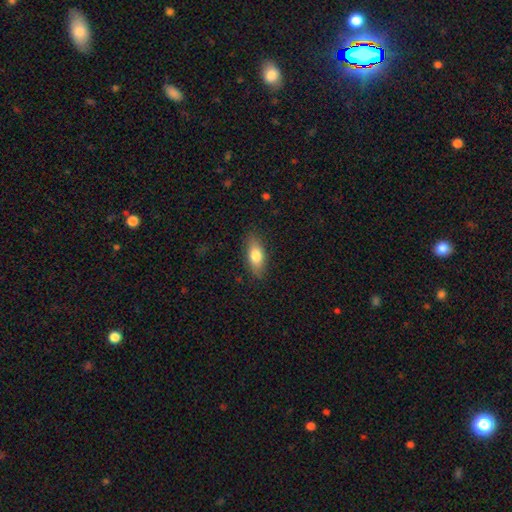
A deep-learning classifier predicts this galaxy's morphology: A smooth galaxy with no disk features (76%) that is in between round and cigar-shaped (78%).

Vote fractions:
- Smooth or featured? smooth: 76% / featured or disk: 17% / star or artifact: 6%
- How rounded? in between: 78% / cigar-shaped: 18% / round: 4%
- Merging? none: 85% / minor disturbance: 11% / major disturbance: 3% / merger: 1%